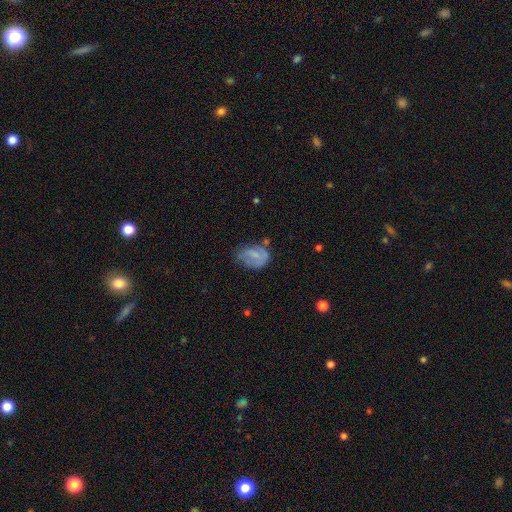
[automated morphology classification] Smooth or featured? Predicted: smooth (p=0.56). How rounded? Predicted: in between (p=0.75). Merging? Predicted: none (p=0.43).